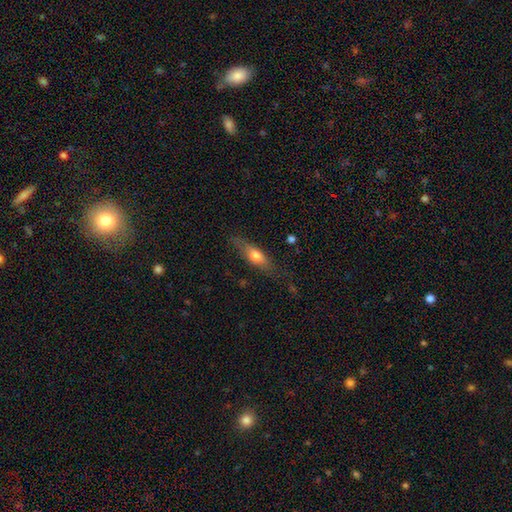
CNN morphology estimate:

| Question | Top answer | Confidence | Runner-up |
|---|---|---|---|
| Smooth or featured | smooth | 62% | featured or disk (31%) |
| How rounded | in between | 51% | cigar-shaped (46%) |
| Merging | none | 69% | minor disturbance (22%) |